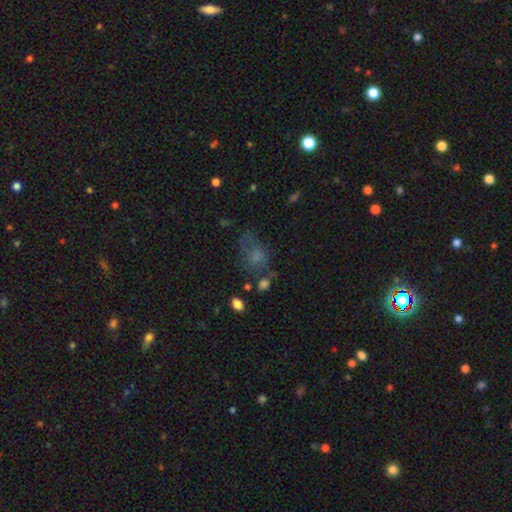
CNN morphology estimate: Overall: smooth (59%; featured or disk 23%). How rounded: in between (68%; round 30%). Merging: none (35%; major disturbance 31%).